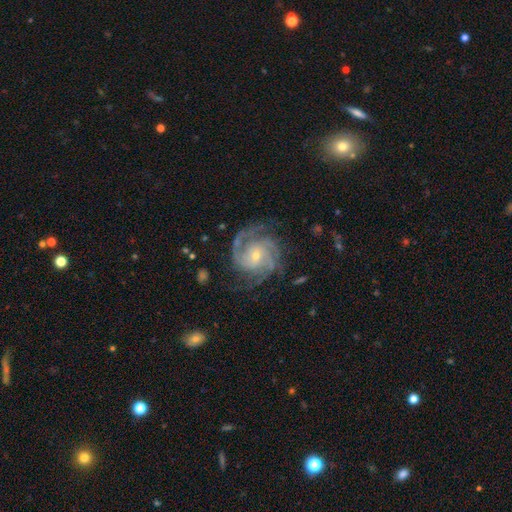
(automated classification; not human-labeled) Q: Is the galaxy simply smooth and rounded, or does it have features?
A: featured or disk — 91%.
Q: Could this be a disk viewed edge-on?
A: no — 98%.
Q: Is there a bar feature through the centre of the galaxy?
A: no — 63%.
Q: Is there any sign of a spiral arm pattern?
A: yes — 98%.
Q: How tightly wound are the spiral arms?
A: tight — 53%.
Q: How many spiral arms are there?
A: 3 — 35%.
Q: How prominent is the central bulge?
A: small — 66%.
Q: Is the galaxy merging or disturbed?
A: none — 74%.